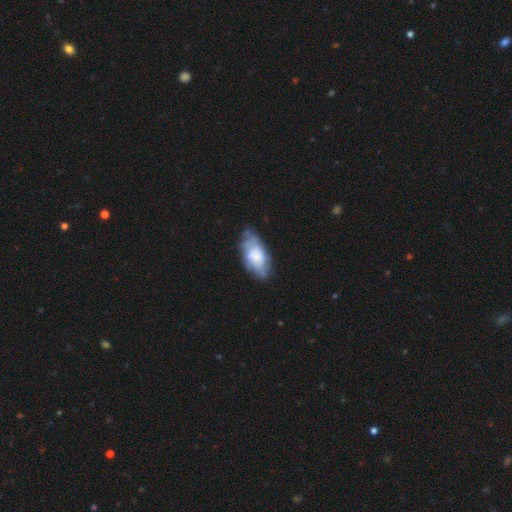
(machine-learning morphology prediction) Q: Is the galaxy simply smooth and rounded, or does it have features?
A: smooth — 50%.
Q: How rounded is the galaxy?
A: in between — 92%.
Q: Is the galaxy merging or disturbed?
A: none — 58%.